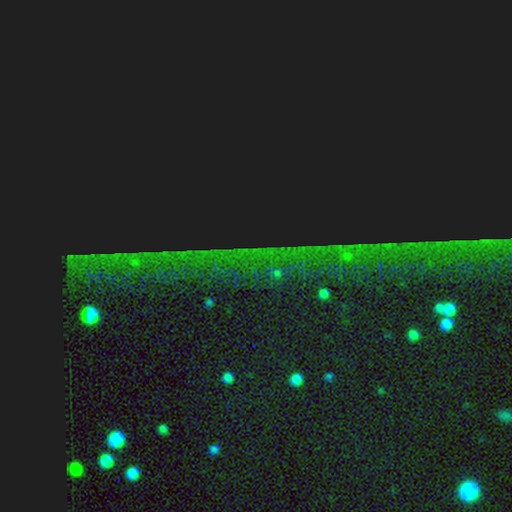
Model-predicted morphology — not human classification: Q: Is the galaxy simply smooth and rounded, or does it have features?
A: star or artifact — 86%.